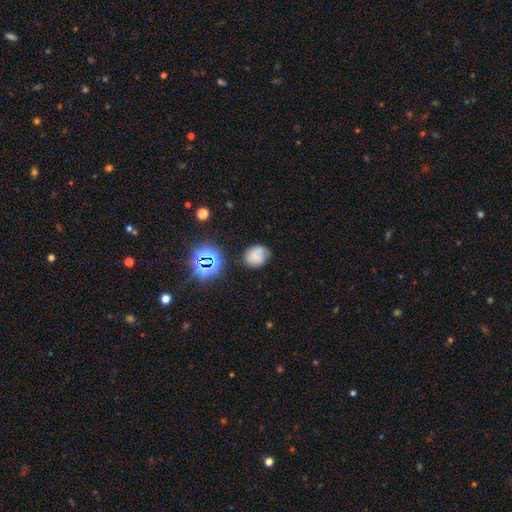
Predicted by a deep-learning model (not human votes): Overall: smooth (64%). How rounded: round (61%; in between 38%). Merging: none (67%).